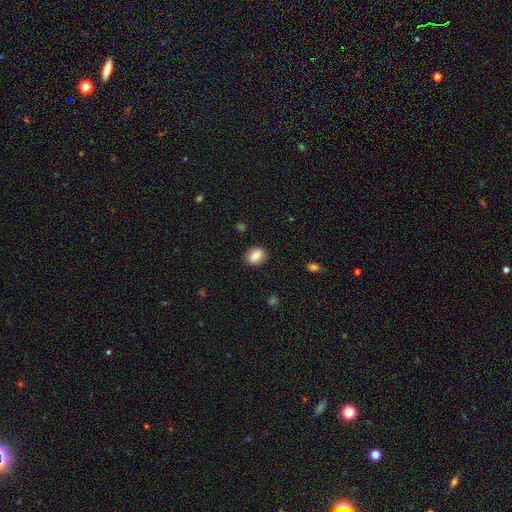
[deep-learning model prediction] Smooth or featured? smooth (83%)
How rounded? in between (60%)
Merging? none (88%)